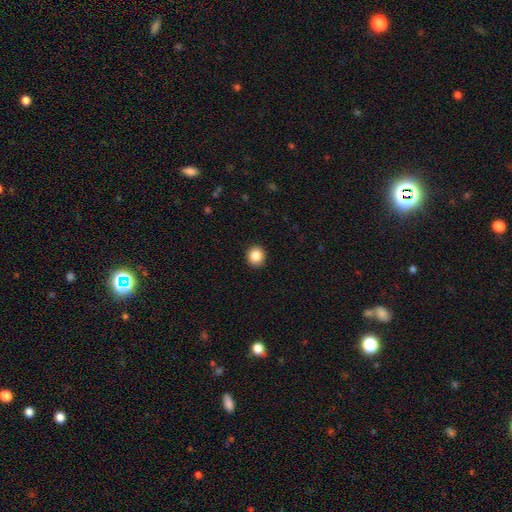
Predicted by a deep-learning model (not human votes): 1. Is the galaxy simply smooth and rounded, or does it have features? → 86% smooth, 10% star or artifact, 4% featured or disk.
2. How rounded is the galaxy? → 92% round, 7% in between, 1% cigar-shaped.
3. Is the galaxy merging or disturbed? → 93% none, 5% minor disturbance, 2% major disturbance, 1% merger.